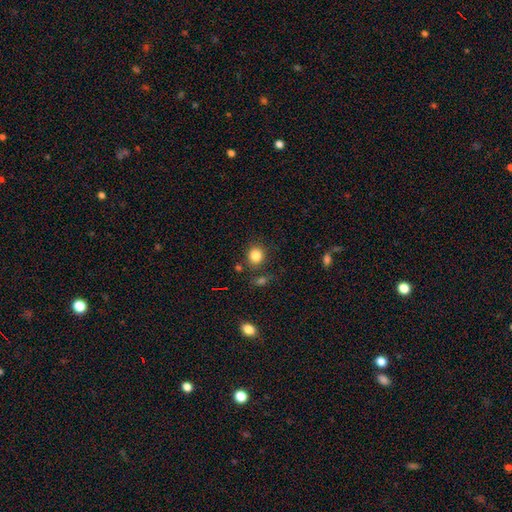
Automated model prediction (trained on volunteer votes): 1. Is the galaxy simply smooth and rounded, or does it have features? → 84% smooth, 11% star or artifact, 5% featured or disk.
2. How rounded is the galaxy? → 82% round, 17% in between, 1% cigar-shaped.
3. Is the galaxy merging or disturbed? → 81% none, 10% minor disturbance, 6% merger, 4% major disturbance.